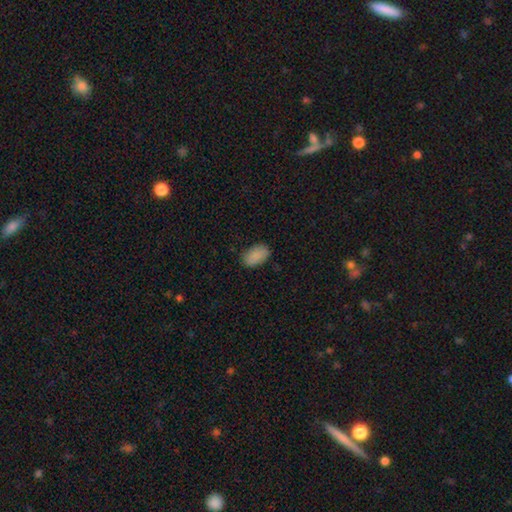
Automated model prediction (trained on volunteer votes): Morphology: type=smooth (88%); roundness=in between (94%); merging=none (82%).